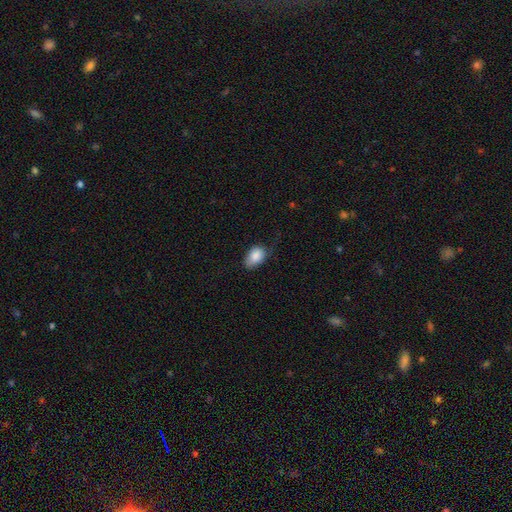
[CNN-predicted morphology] Smooth or featured? smooth (85%)
How rounded? in between (87%)
Merging? none (52%)